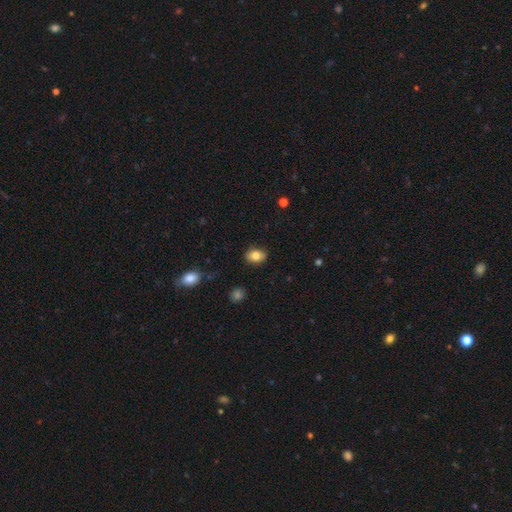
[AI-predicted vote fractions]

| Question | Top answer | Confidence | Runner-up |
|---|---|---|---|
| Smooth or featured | smooth | 81% | featured or disk (11%) |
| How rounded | in between | 77% | round (22%) |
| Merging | none | 86% | minor disturbance (10%) |